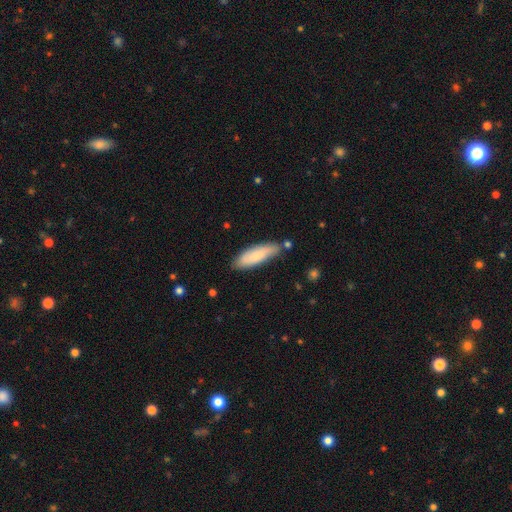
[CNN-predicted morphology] Q: Smooth or featured?
A: smooth (78%); runner-up: featured or disk (17%)
Q: How rounded?
A: cigar-shaped (52%); runner-up: in between (47%)
Q: Merging?
A: none (76%); runner-up: minor disturbance (17%)